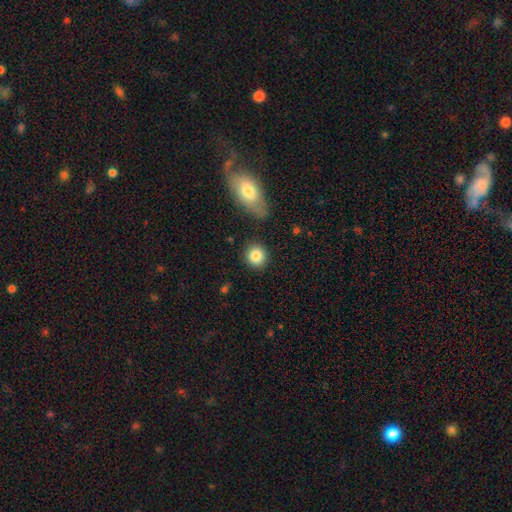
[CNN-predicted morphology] smooth 85%, star or artifact 8%, featured or disk 6%. Down the decision tree: how rounded — round (85%); merging — none (85%).